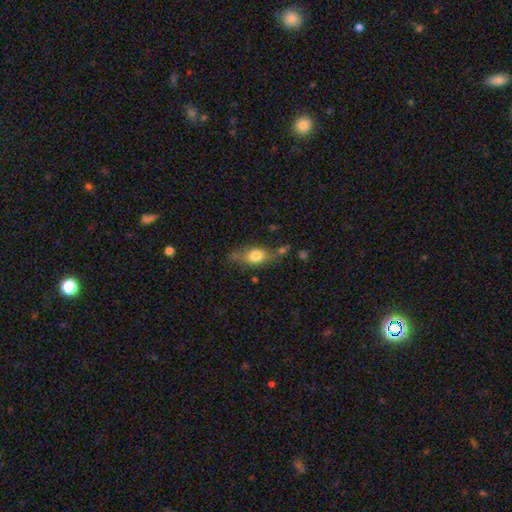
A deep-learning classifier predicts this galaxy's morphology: Smooth or featured: smooth — 64% (featured or disk — 28%)
How rounded: in between — 69% (round — 16%)
Merging: none — 57% (minor disturbance — 24%)